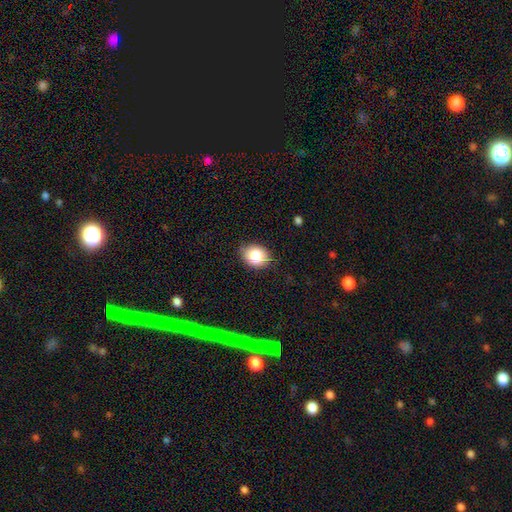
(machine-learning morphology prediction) A smooth galaxy with no disk features (83%) that is in between round and cigar-shaped (50%). Merging: none (82%).